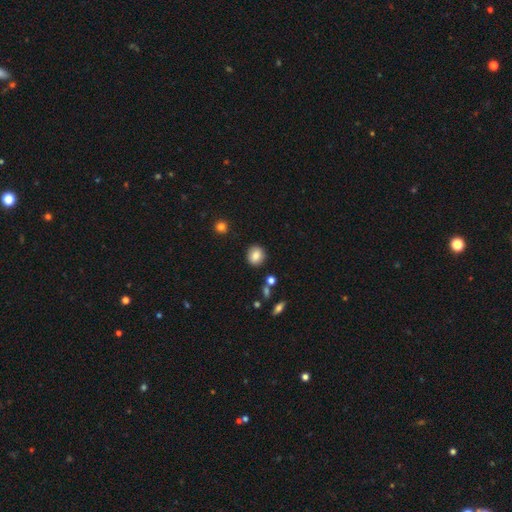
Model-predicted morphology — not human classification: Smooth or featured? smooth (85%)
How rounded? round (79%)
Merging? none (88%)